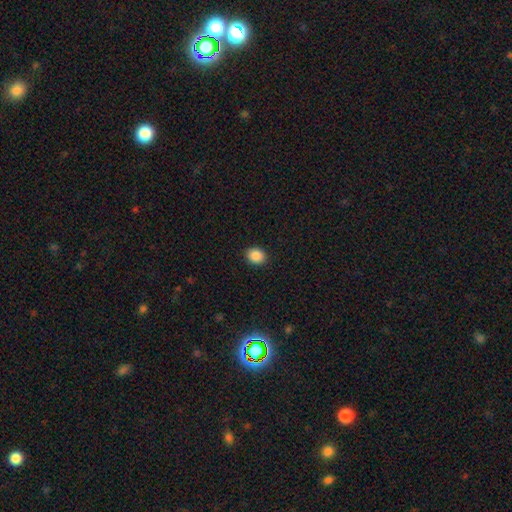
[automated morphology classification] type=smooth (88%); roundness=round (51%); merging=none (91%).